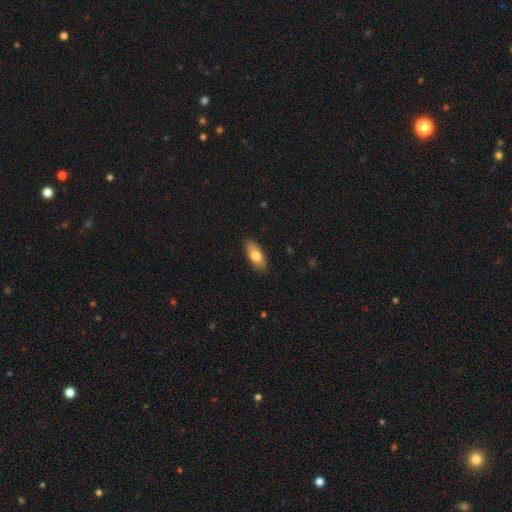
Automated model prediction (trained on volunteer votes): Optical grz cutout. It shows a smooth galaxy with no disk features (76%) that is in between round and cigar-shaped (82%). Merging: none (88%).